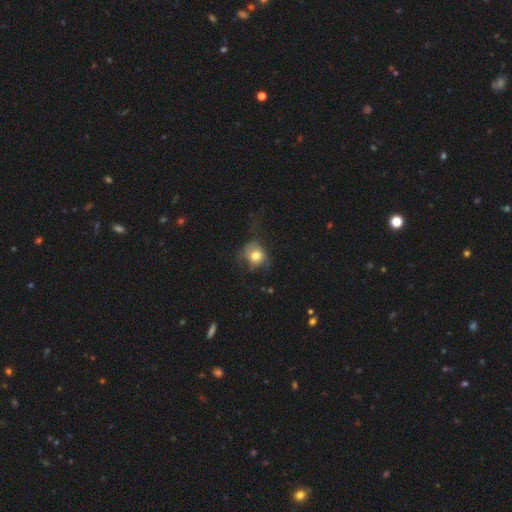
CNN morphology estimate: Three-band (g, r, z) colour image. It shows a smooth galaxy with no disk features (72%) that is round (70%). Merging: none (43%).